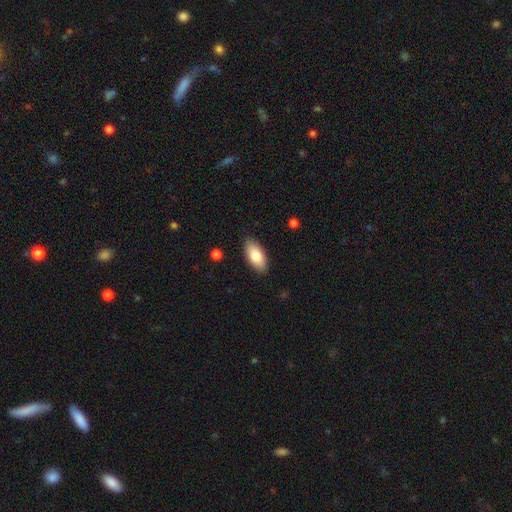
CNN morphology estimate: Smooth or featured: smooth — 80% (featured or disk — 14%)
How rounded: in between — 90% (cigar-shaped — 7%)
Merging: none — 89% (minor disturbance — 8%)